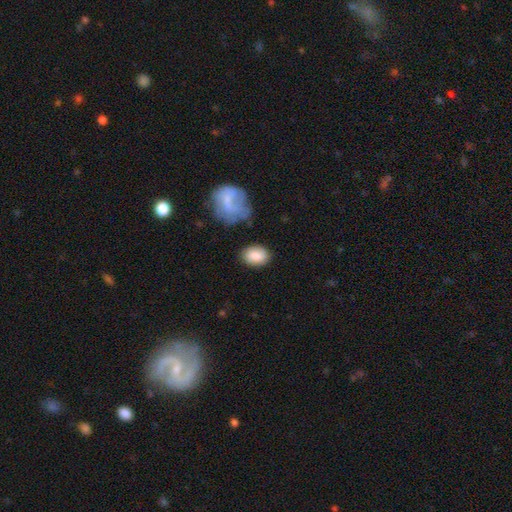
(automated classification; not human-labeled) Morphology: type=smooth (85%); roundness=in between (77%); merging=none (77%).